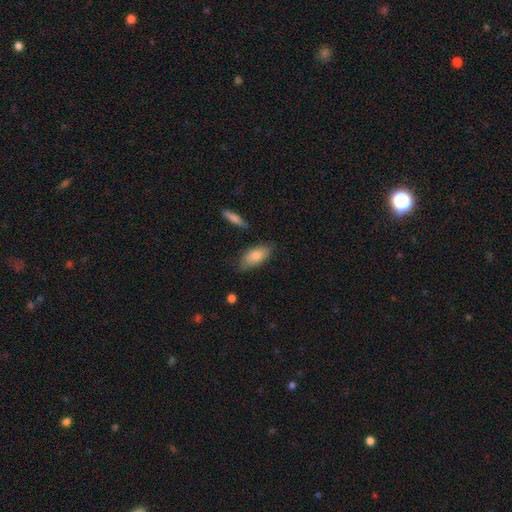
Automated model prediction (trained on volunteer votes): smooth-or-featured: smooth: 81% | featured or disk: 13% | star or artifact: 6%
  how-rounded: in between: 88% | cigar-shaped: 9% | round: 3%
  merging: none: 73% | minor disturbance: 20% | major disturbance: 4% | merger: 3%